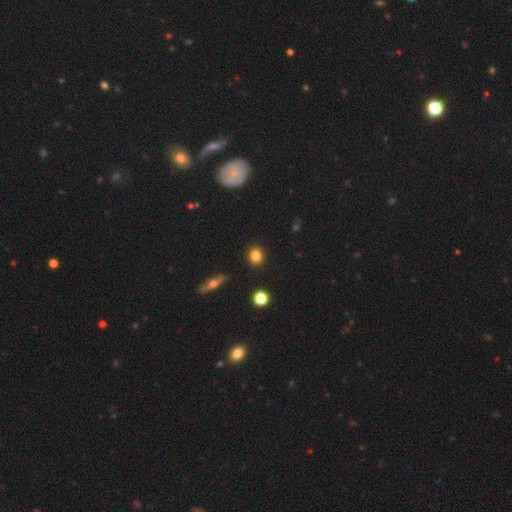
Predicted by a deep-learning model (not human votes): The model was most divided on "how rounded": round: 81%, in between: 17%, cigar-shaped: 2%. More confident: merging — none (91%); smooth or featured — smooth (83%).